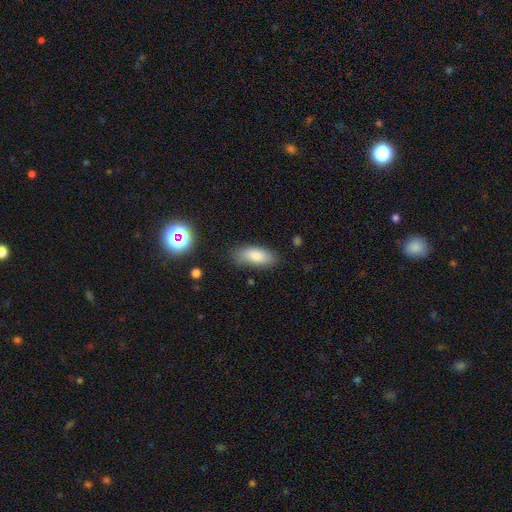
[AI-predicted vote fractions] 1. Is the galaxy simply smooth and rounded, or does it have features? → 81% smooth, 10% featured or disk, 9% star or artifact.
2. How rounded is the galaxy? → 81% in between, 17% cigar-shaped, 3% round.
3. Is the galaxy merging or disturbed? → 79% none, 15% minor disturbance, 4% major disturbance, 2% merger.